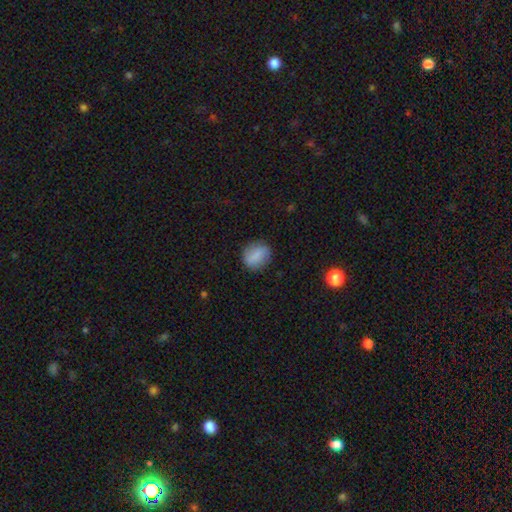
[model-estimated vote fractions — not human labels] Overall: smooth (81%). How rounded: round (55%; in between 43%). Merging: none (82%).